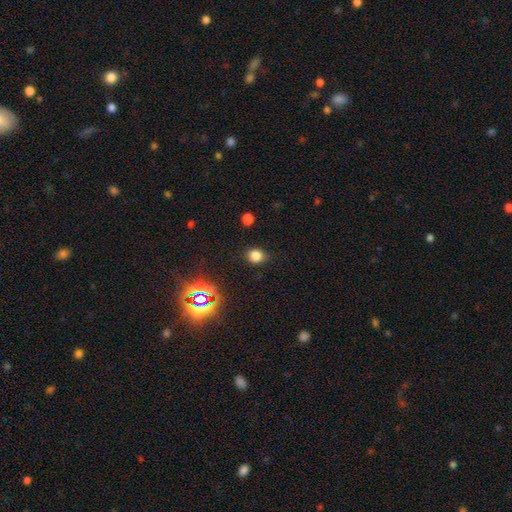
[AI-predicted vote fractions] This appears to be a smooth galaxy with no disk features (77%) that is round (62%). Merging: none (80%).